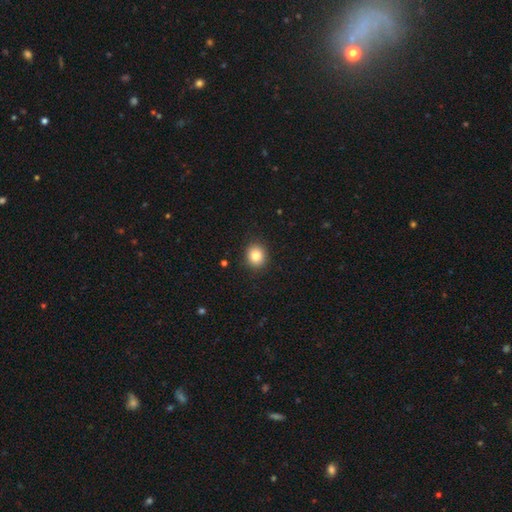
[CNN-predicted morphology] This is clearly a smooth galaxy (83%). How rounded: likely round (74%). Merging: clearly none (90%).